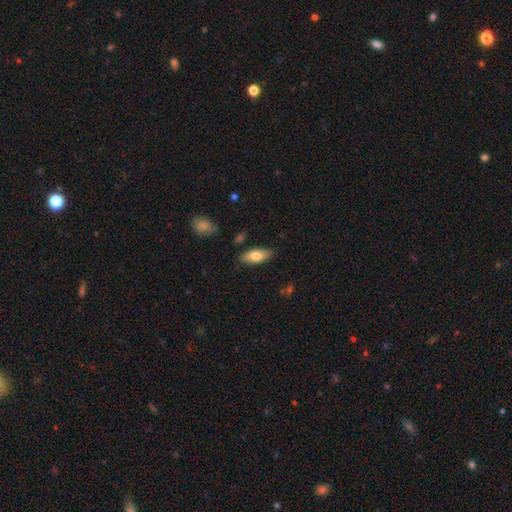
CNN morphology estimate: type=smooth (77%); roundness=in between (80%); merging=none (84%).